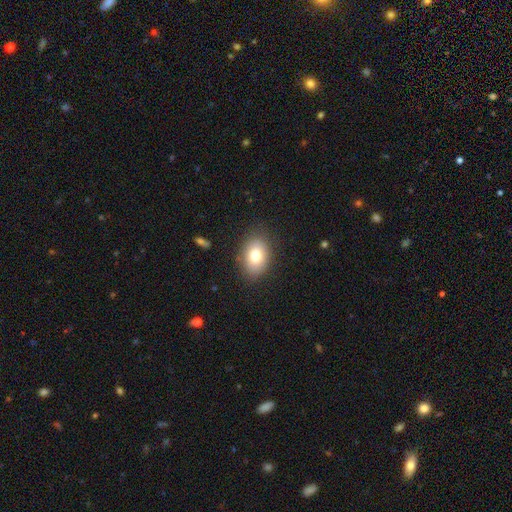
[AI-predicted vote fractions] Morphology: type=smooth (78%); roundness=in between (78%); merging=none (83%).